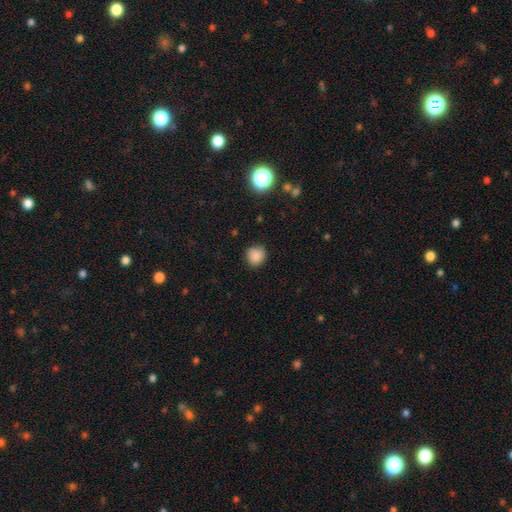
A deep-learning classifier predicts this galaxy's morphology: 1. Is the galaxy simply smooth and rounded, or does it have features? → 85% smooth, 11% star or artifact, 4% featured or disk.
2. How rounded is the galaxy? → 87% round, 12% in between, 1% cigar-shaped.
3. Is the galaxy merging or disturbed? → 83% none, 13% minor disturbance, 3% major disturbance, 1% merger.